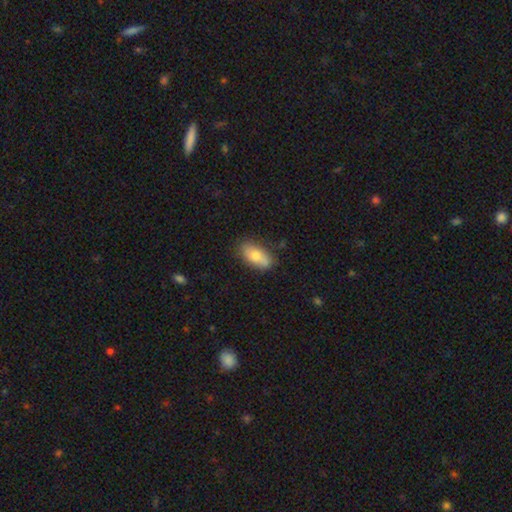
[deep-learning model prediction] This is likely a smooth galaxy (73%). How rounded: clearly in between (87%). Merging: likely none (79%).